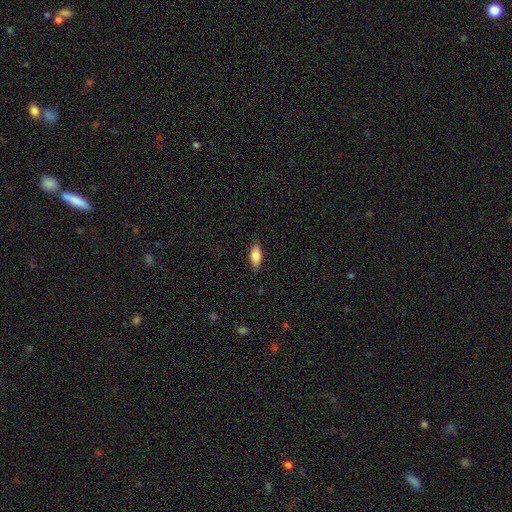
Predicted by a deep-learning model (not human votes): Smooth or featured?
  - smooth: 80% *
  - featured or disk: 14%
  - star or artifact: 6%
How rounded?
  - in between: 81% *
  - cigar-shaped: 17%
  - round: 3%
Merging?
  - none: 84% *
  - minor disturbance: 12%
  - major disturbance: 3%
  - merger: 1%